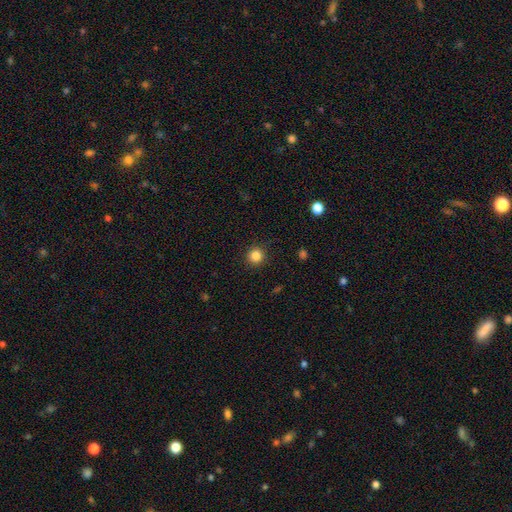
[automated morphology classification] Smooth or featured?
  - smooth: 85% *
  - star or artifact: 11%
  - featured or disk: 4%
How rounded?
  - round: 94% *
  - in between: 5%
  - cigar-shaped: 1%
Merging?
  - none: 91% *
  - minor disturbance: 6%
  - major disturbance: 2%
  - merger: 1%